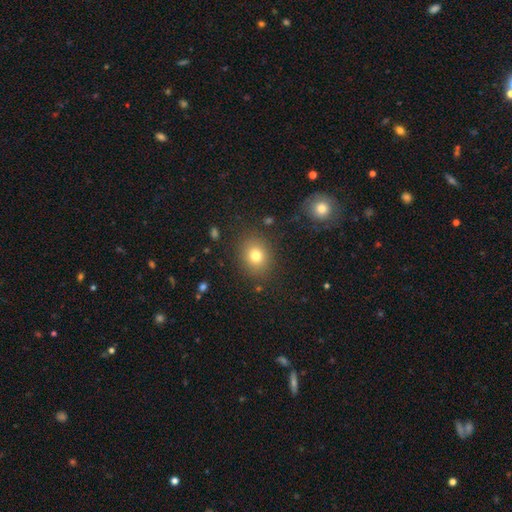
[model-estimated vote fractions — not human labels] smooth 77%, star or artifact 13%, featured or disk 10%. Down the decision tree: how rounded — round (64%); merging — none (86%).